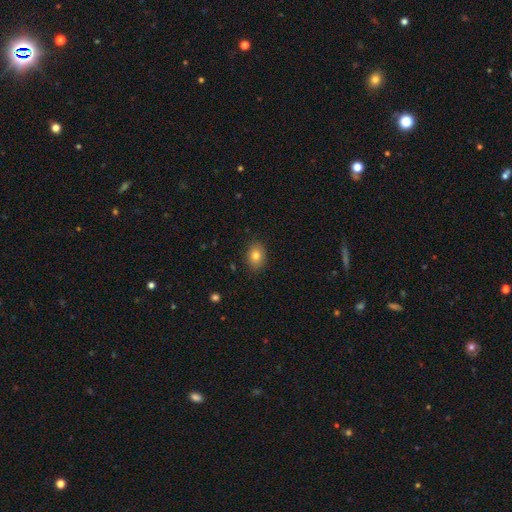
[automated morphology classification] smooth-or-featured: smooth: 80% | featured or disk: 10% | star or artifact: 10%
  how-rounded: in between: 66% | round: 33% | cigar-shaped: 1%
  merging: none: 87% | minor disturbance: 10% | major disturbance: 2% | merger: 1%